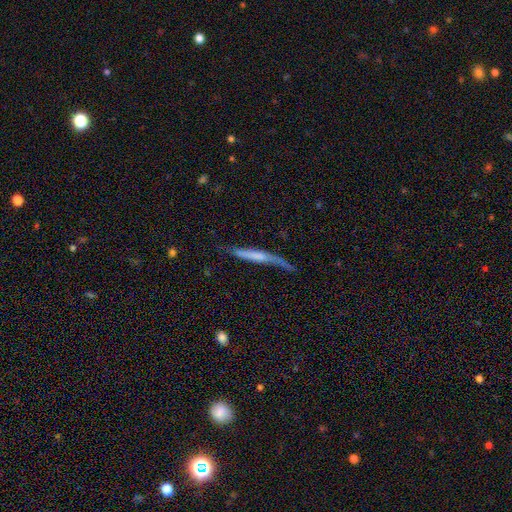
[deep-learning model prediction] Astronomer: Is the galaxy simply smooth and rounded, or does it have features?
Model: featured or disk — 51% (runner-up: smooth, 42%).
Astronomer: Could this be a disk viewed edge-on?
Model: yes — 81%.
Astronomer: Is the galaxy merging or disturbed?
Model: none — 48% (runner-up: minor disturbance, 31%).